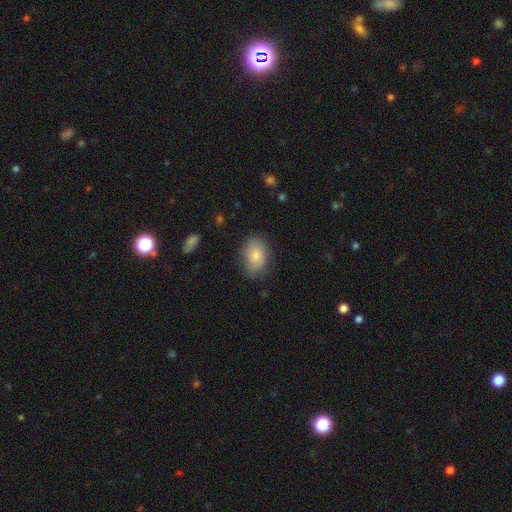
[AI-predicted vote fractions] Smooth or featured: smooth — 77% (featured or disk — 16%)
How rounded: in between — 76% (round — 23%)
Merging: none — 71% (minor disturbance — 22%)